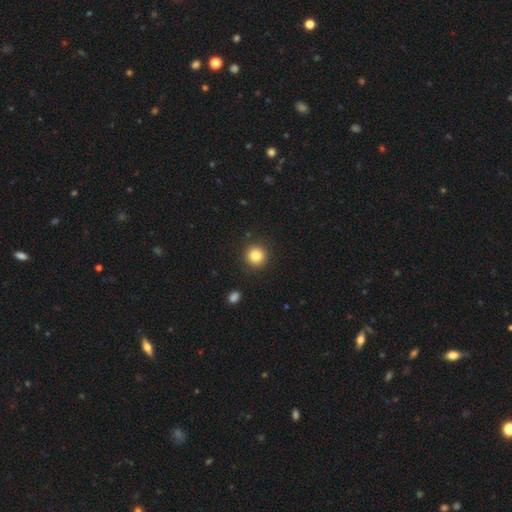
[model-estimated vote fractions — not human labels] Smooth or featured?
  - smooth: 83% *
  - star or artifact: 11%
  - featured or disk: 7%
How rounded?
  - round: 94% *
  - in between: 5%
  - cigar-shaped: 1%
Merging?
  - none: 90% *
  - minor disturbance: 6%
  - major disturbance: 2%
  - merger: 1%